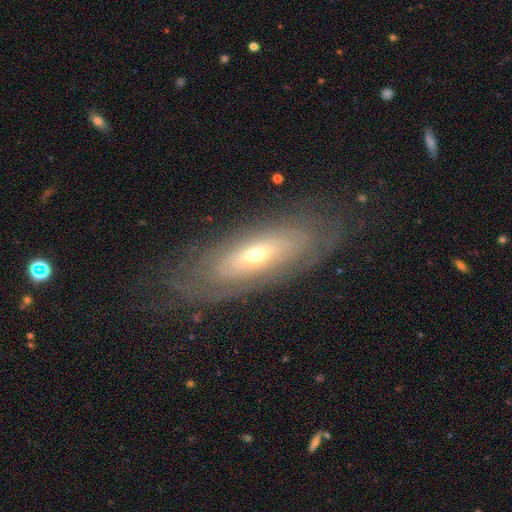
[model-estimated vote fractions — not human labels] Smooth or featured?
  - featured or disk: 68% *
  - smooth: 24%
  - star or artifact: 8%
Edge-on disk?
  - no: 78% *
  - yes: 22%
Bar?
  - no: 79% *
  - weak: 15%
  - strong: 6%
Spiral arms?
  - yes: 56% *
  - no: 44%
Bulge size?
  - moderate: 50% *
  - small: 44%
  - large: 4%
  - dominant: 1%
  - none: 1%
Merging?
  - none: 75% *
  - minor disturbance: 16%
  - major disturbance: 8%
  - merger: 1%